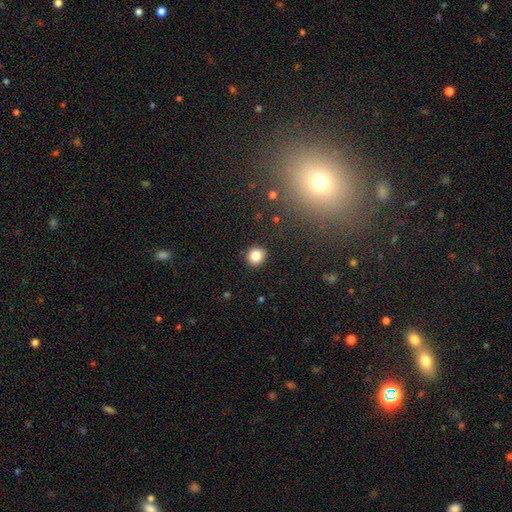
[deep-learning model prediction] Smooth or featured? smooth (83%)
How rounded? round (86%)
Merging? none (91%)